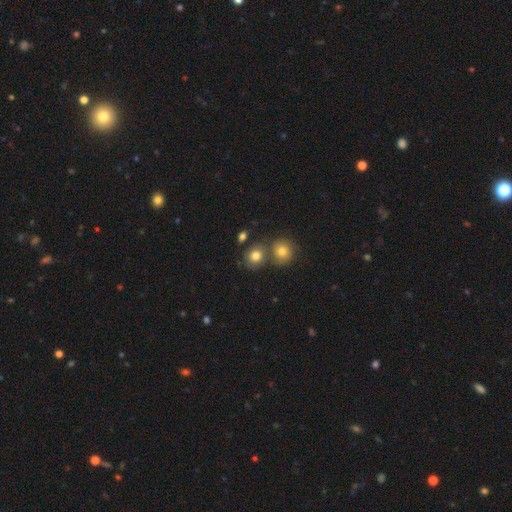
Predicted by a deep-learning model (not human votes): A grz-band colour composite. It shows a smooth galaxy with no disk features (79%) that is round (74%). Merging: none (58%).